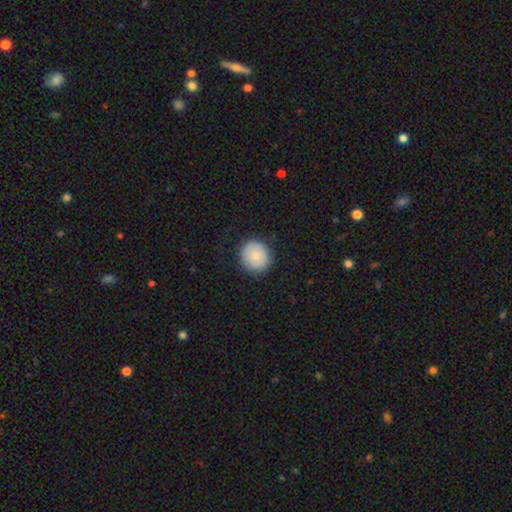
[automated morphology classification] smooth 79%, featured or disk 14%, star or artifact 7%. Down the decision tree: how rounded — round (93%); merging — none (86%).